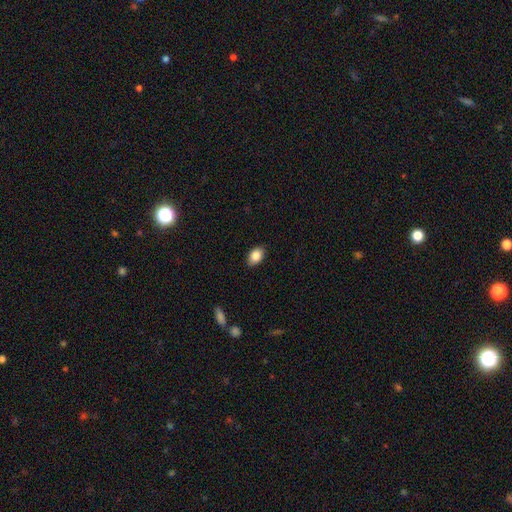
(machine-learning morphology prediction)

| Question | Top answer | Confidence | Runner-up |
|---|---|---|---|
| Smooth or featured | smooth | 85% | star or artifact (8%) |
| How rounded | in between | 84% | round (15%) |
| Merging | none | 87% | minor disturbance (10%) |